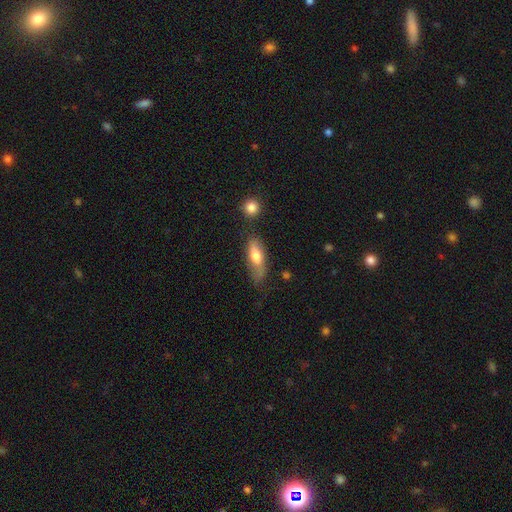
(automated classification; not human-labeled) A smooth galaxy with no disk features (70%) that is in between round and cigar-shaped (71%).

Vote fractions:
- Smooth or featured? smooth: 70% / featured or disk: 23% / star or artifact: 7%
- How rounded? in between: 71% / cigar-shaped: 26% / round: 3%
- Merging? none: 51% / minor disturbance: 30% / major disturbance: 12% / merger: 6%